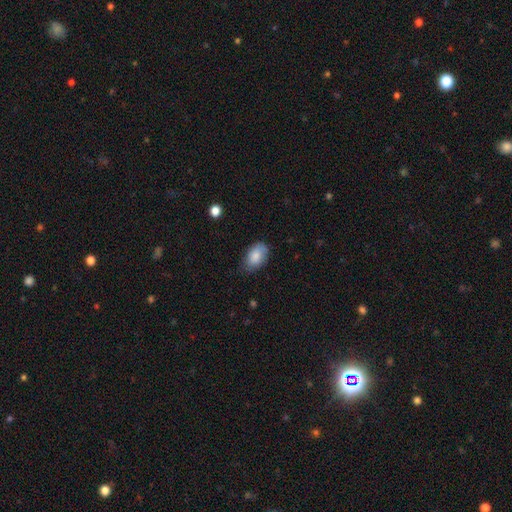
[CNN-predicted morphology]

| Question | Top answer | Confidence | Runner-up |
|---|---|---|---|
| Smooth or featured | smooth | 85% | featured or disk (8%) |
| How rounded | in between | 91% | round (7%) |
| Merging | none | 67% | minor disturbance (27%) |